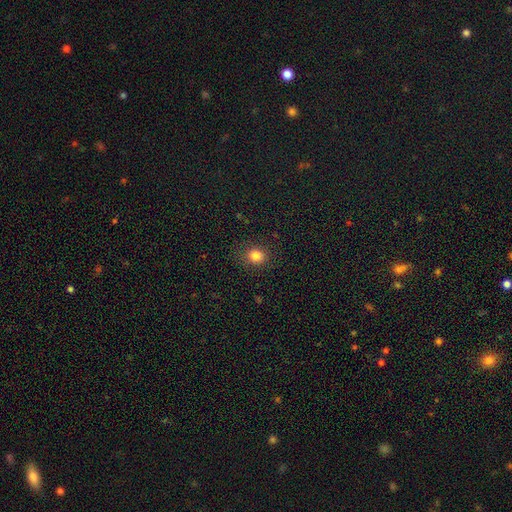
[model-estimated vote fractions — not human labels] The model was most divided on "how rounded": round: 69%, in between: 30%, cigar-shaped: 1%. More confident: merging — none (85%); smooth or featured — smooth (83%).